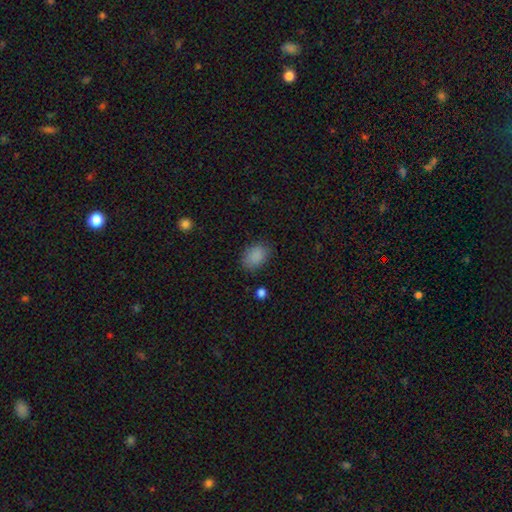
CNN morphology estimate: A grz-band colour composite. It shows a smooth galaxy with no disk features (86%) that is in between round and cigar-shaped (72%). Merging: none (79%).